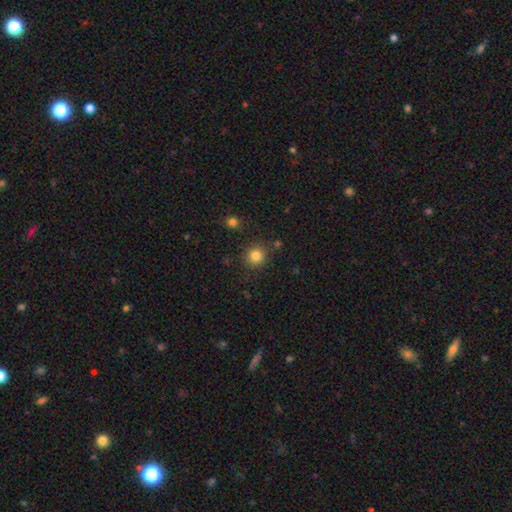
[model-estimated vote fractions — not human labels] smooth_or_featured: smooth (p=0.83) [alt: star or artifact p=0.12]
how_rounded: round (p=0.91) [alt: in between p=0.08]
merging: none (p=0.86) [alt: minor disturbance p=0.08]